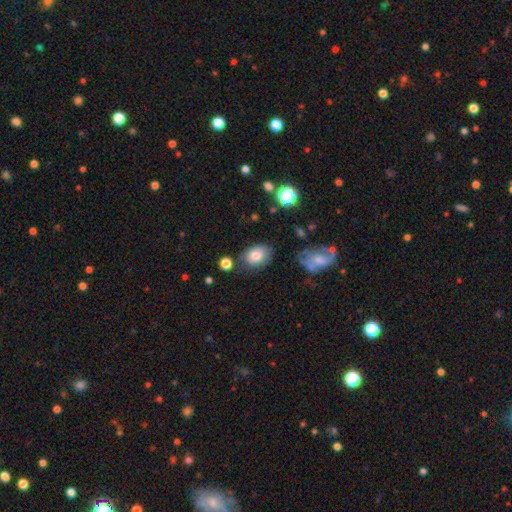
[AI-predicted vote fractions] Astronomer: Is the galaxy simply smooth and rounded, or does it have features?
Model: smooth — 78%.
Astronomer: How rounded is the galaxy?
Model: in between — 71%.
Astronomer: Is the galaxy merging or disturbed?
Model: none — 67%.